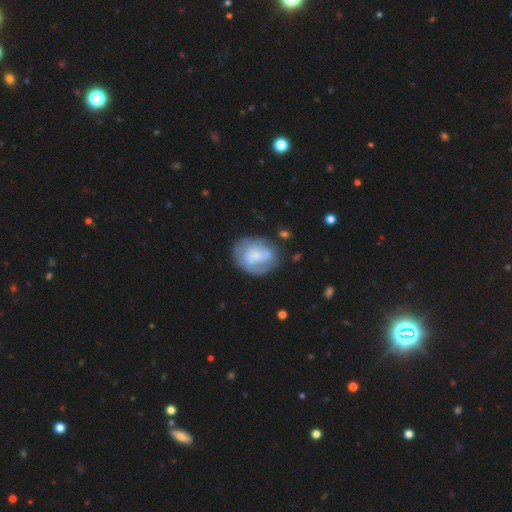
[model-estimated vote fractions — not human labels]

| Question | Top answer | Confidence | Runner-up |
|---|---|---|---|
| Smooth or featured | featured or disk | 54% | smooth (40%) |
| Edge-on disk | no | 97% | yes (3%) |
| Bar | no | 67% | weak (27%) |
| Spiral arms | yes | 65% | no (35%) |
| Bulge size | small | 43% | moderate (30%) |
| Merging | none | 60% | minor disturbance (24%) |